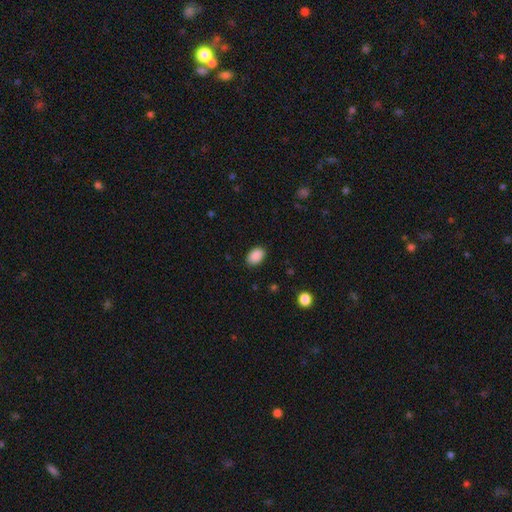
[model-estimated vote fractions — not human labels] Smooth or featured? smooth (90%)
How rounded? in between (84%)
Merging? none (87%)